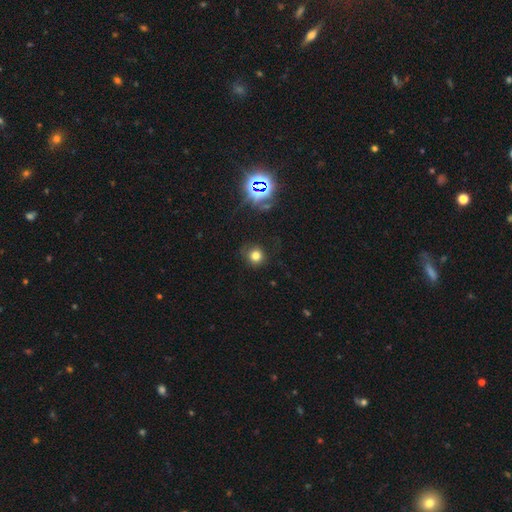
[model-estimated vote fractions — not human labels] Q: Smooth or featured?
A: smooth (72%); runner-up: star or artifact (20%)
Q: How rounded?
A: round (87%); runner-up: in between (12%)
Q: Merging?
A: none (79%); runner-up: minor disturbance (14%)